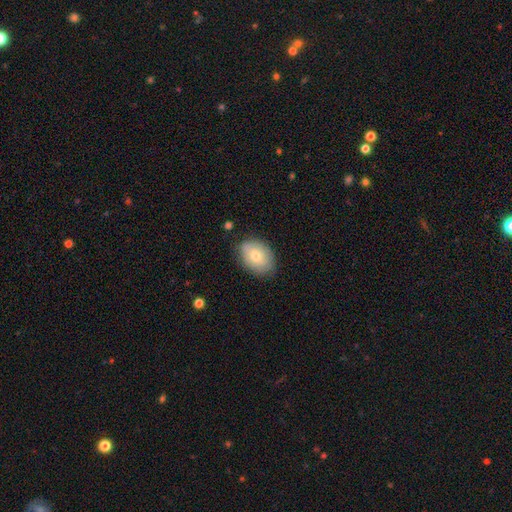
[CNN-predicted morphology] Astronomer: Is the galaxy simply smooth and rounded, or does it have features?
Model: smooth — 70%.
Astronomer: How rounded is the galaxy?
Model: in between — 76%.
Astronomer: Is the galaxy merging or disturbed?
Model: none — 80%.